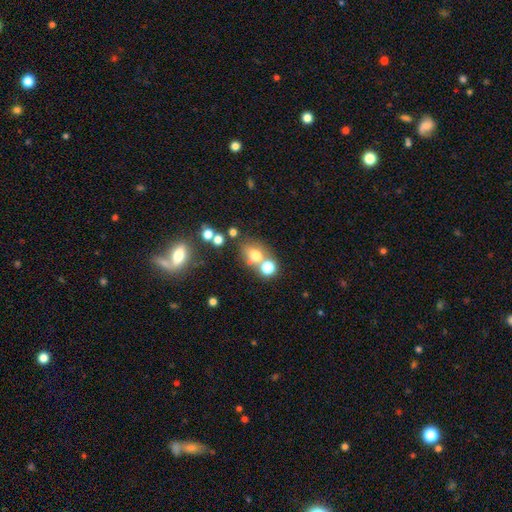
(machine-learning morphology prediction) Smooth or featured? smooth (67%)
How rounded? round (52%)
Merging? none (48%)